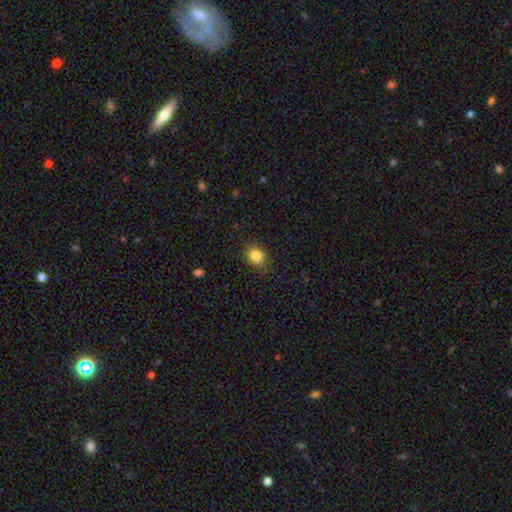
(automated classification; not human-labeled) A smooth galaxy with no disk features (84%) that is round (67%).

Vote fractions:
- Smooth or featured? smooth: 84% / star or artifact: 11% / featured or disk: 5%
- How rounded? round: 67% / in between: 33% / cigar-shaped: 1%
- Merging? none: 84% / minor disturbance: 12% / major disturbance: 3% / merger: 1%